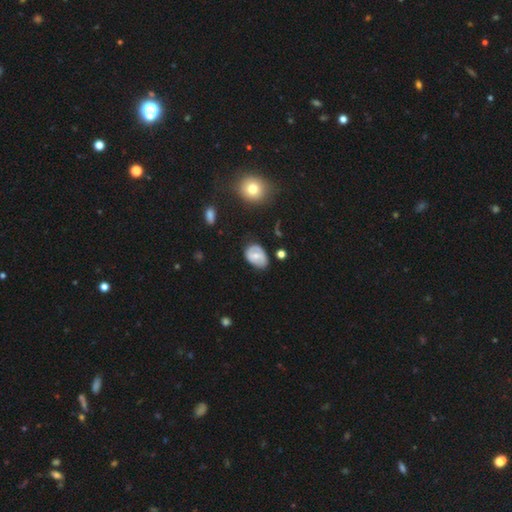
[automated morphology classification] smooth_or_featured: featured or disk (p=0.48) [alt: smooth p=0.45]
merging: none (p=0.64) [alt: minor disturbance p=0.26]